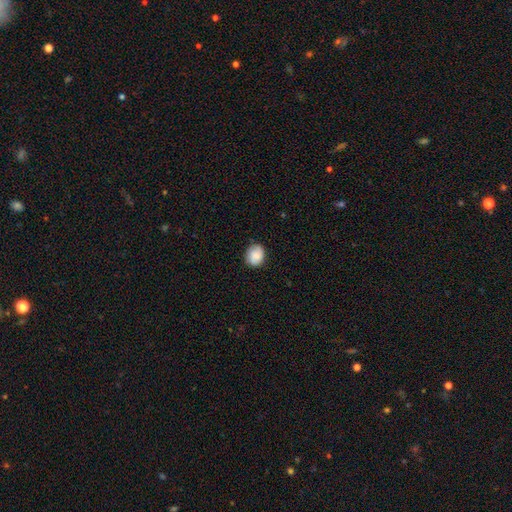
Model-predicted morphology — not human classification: A smooth galaxy with no disk features (78%) that is round (68%). Merging: none (81%).